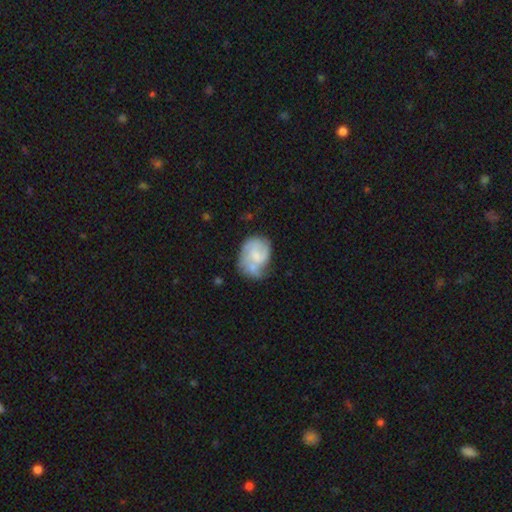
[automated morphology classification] The model was most divided on "merging": none: 37%, minor disturbance: 30%, major disturbance: 19%, merger: 14%. Remaining: edge-on disk — no (98%); spiral arms — yes (72%); bar — no (57%); smooth or featured — featured or disk (54%); bulge size — small (41%).